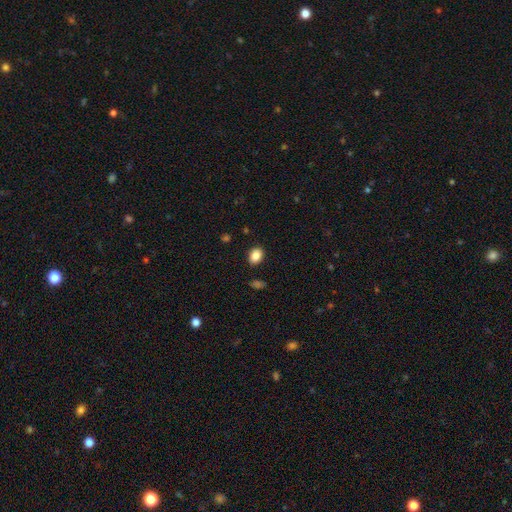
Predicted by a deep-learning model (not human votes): This appears to be a smooth galaxy with no disk features (86%) that is in between round and cigar-shaped (69%). Merging: none (88%).